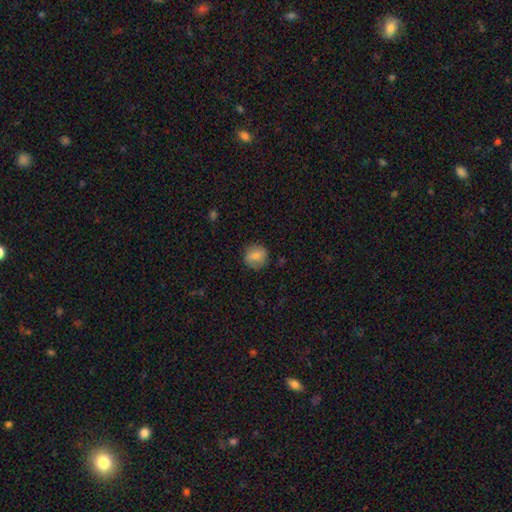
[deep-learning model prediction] smooth 81%, featured or disk 11%, star or artifact 8%. Down the decision tree: how rounded — round (80%); merging — none (82%).